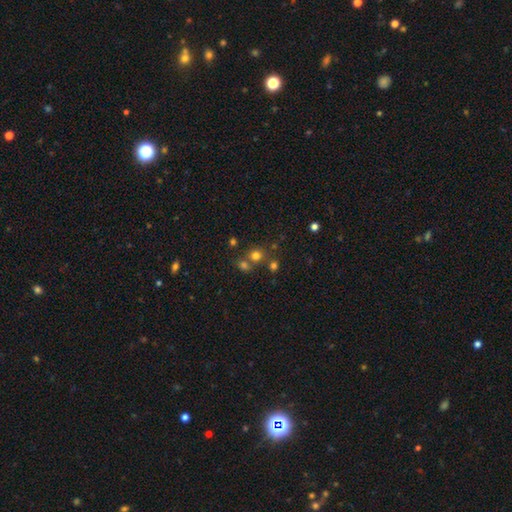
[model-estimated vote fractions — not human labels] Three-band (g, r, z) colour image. It shows a smooth galaxy with no disk features (70%) that is round (86%). Merging: none (61%).